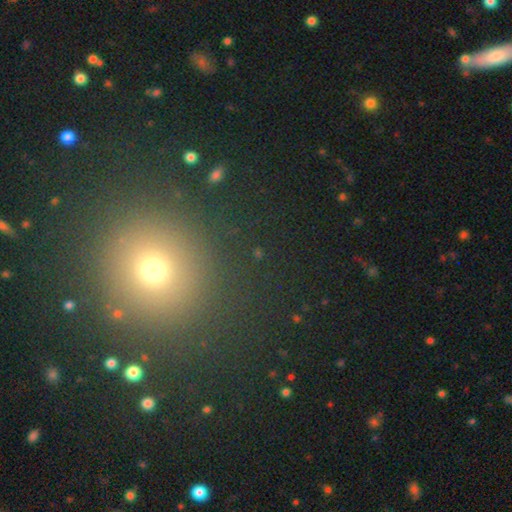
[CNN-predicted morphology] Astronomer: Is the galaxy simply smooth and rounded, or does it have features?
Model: smooth — 57% (runner-up: star or artifact, 36%).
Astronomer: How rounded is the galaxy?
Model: round — 91%.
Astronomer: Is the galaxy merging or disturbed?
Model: none — 89%.